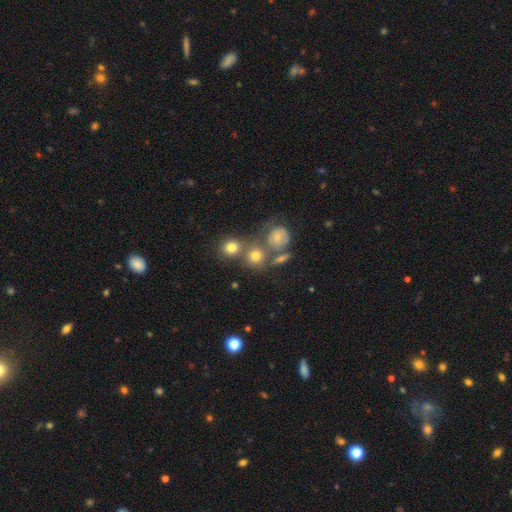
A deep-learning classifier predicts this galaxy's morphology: Smooth or featured: smooth — 70% (featured or disk — 17%)
How rounded: round — 84% (in between — 15%)
Merging: none — 50% (merger — 34%)